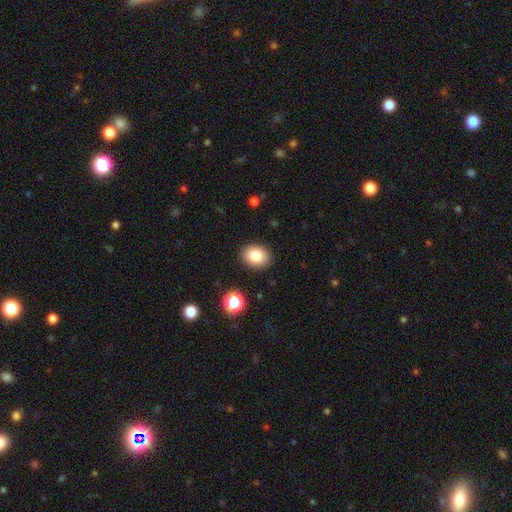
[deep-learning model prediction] This appears to be a smooth galaxy with no disk features (83%) that is in between round and cigar-shaped (56%). Merging: none (89%).